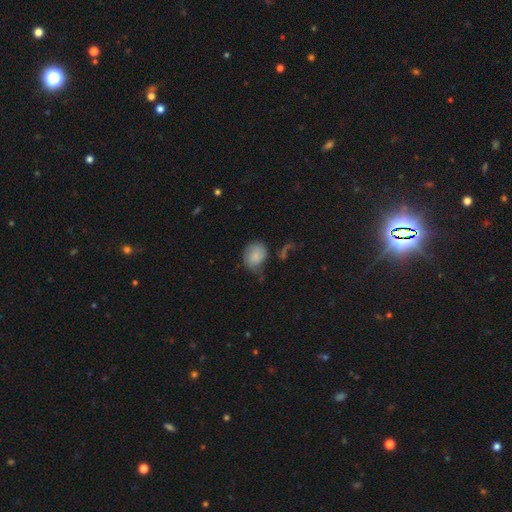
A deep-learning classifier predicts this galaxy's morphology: smooth_or_featured: smooth (p=0.79) [alt: featured or disk p=0.13]
how_rounded: round (p=0.55) [alt: in between p=0.44]
merging: none (p=0.44) [alt: minor disturbance p=0.34]